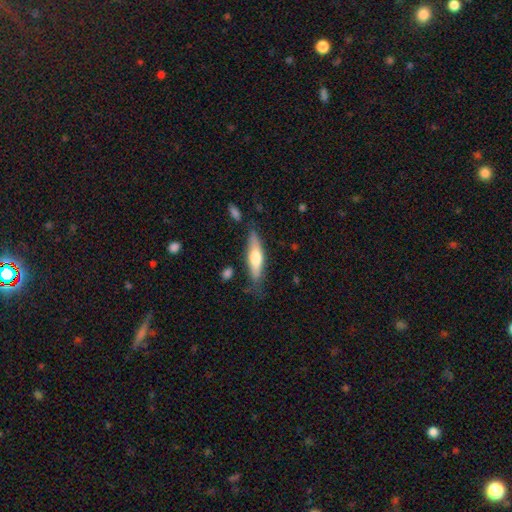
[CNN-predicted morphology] Smooth or featured? featured or disk (49%)
Merging? none (77%)